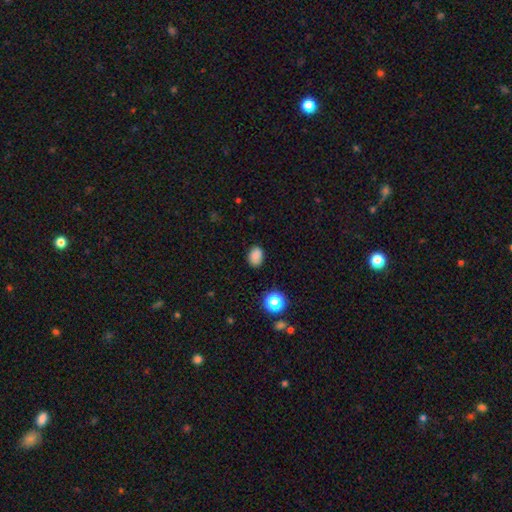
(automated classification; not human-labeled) Morphology: type=smooth (84%); roundness=in between (74%); merging=none (84%).